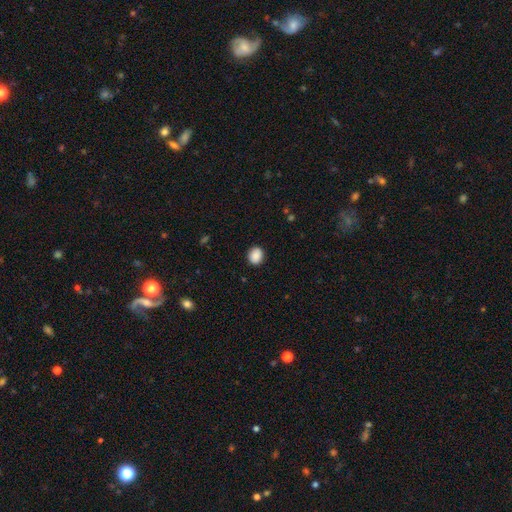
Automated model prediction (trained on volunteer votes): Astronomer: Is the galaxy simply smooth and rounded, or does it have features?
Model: smooth — 88%.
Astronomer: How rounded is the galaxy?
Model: round — 69%.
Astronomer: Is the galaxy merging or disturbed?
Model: none — 89%.